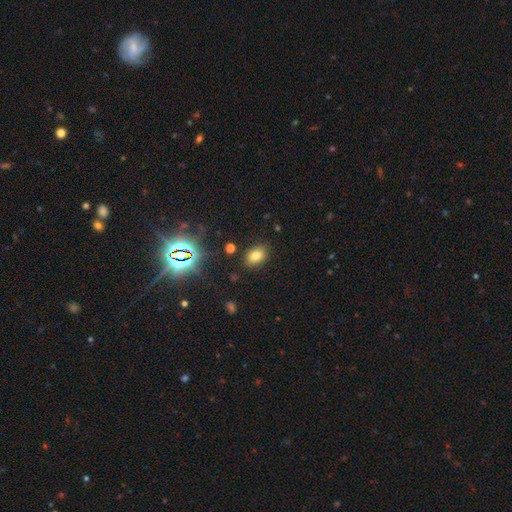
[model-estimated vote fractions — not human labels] Q: Smooth or featured?
A: smooth (74%); runner-up: star or artifact (17%)
Q: How rounded?
A: in between (75%); runner-up: round (24%)
Q: Merging?
A: none (85%); runner-up: minor disturbance (10%)